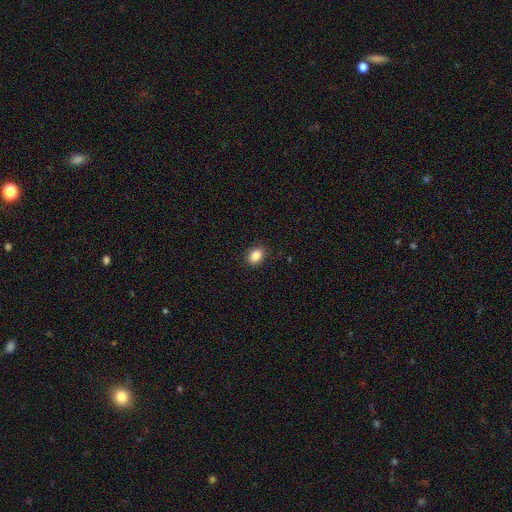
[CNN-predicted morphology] The model was most divided on "how rounded": in between: 70%, round: 29%, cigar-shaped: 1%. More confident: merging — none (89%); smooth or featured — smooth (86%).